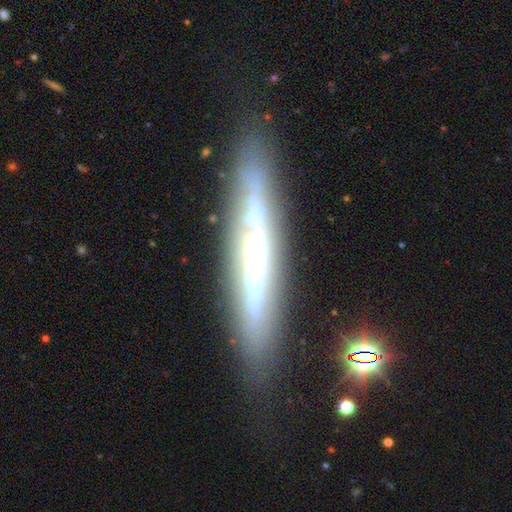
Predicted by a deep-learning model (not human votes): This is likely a featured or disk galaxy (72%). It is clearly viewed edge-on (85%). Edge-on bulge: possibly none (56%). Merging: likely none (79%).